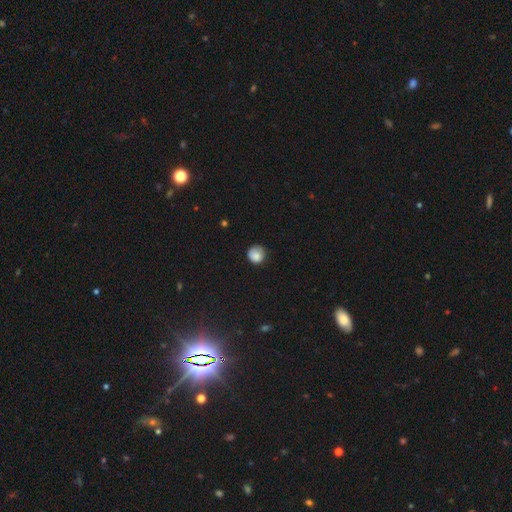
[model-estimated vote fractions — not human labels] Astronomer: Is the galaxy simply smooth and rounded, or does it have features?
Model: smooth — 84%.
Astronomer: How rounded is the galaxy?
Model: round — 91%.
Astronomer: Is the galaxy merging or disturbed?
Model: none — 74%.